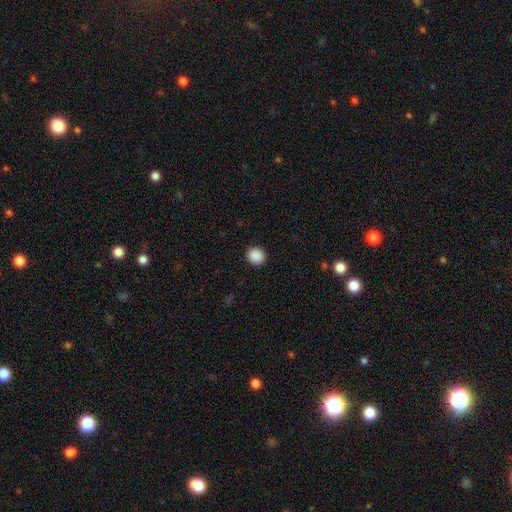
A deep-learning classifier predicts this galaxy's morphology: smooth 89%, star or artifact 8%, featured or disk 2%. Down the decision tree: how rounded — round (88%); merging — none (92%).